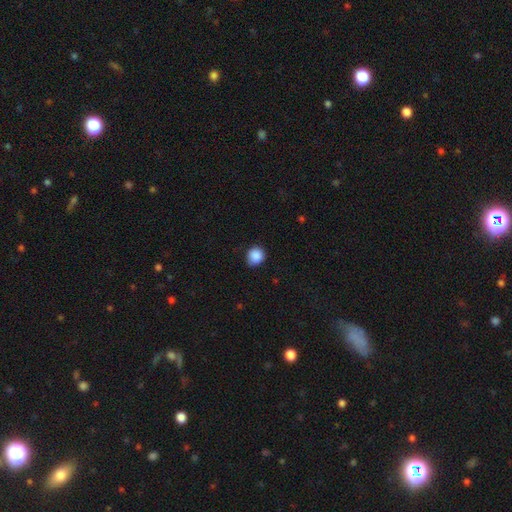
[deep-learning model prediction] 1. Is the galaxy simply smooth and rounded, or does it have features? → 88% smooth, 9% star or artifact, 3% featured or disk.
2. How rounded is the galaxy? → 88% round, 12% in between, 1% cigar-shaped.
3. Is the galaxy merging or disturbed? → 82% none, 14% minor disturbance, 3% major disturbance, 1% merger.